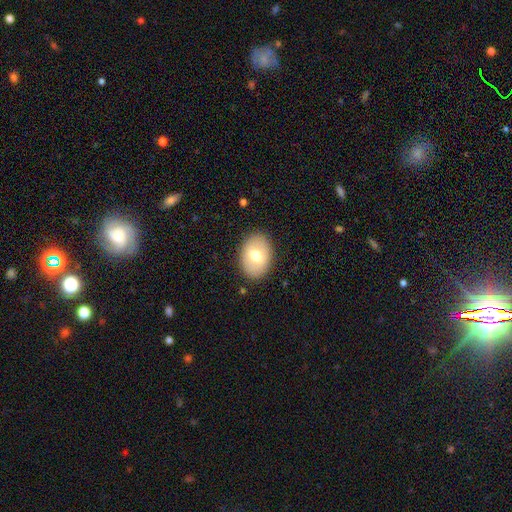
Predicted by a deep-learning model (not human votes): Overall: smooth (65%; featured or disk 27%). How rounded: in between (75%). Merging: none (87%).